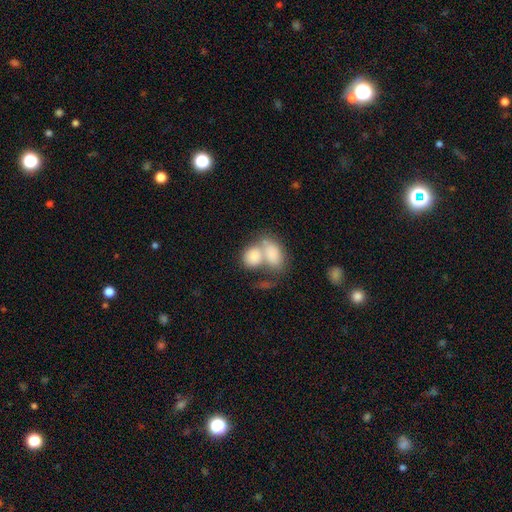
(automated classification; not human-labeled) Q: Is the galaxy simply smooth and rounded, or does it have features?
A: smooth — 75%.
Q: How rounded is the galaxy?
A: in between — 72%.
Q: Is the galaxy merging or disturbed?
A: merger — 64%.